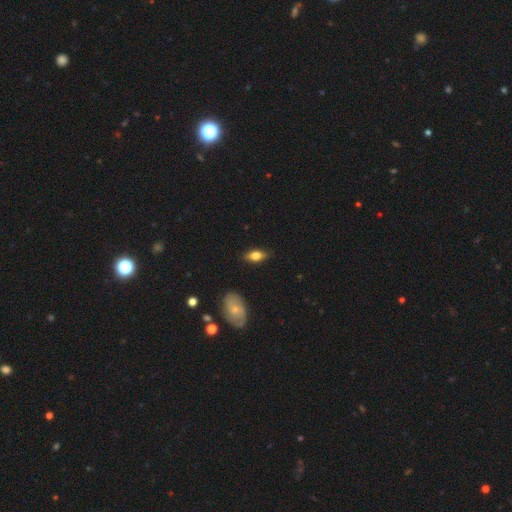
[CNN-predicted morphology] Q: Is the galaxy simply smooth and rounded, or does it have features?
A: smooth — 73%.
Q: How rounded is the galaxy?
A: in between — 85%.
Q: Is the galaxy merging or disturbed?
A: none — 85%.